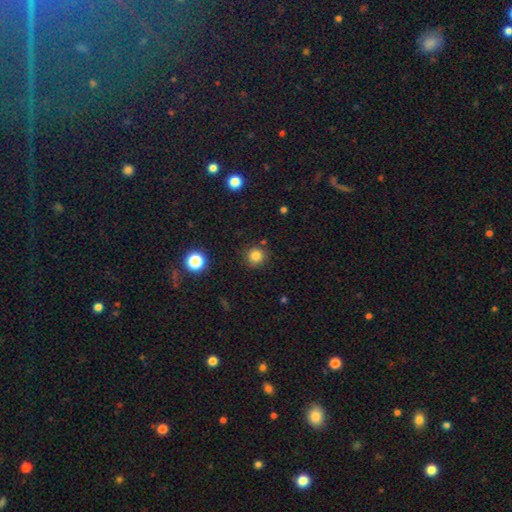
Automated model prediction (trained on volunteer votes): Smooth or featured: smooth — 82% (star or artifact — 13%)
How rounded: round — 94% (in between — 5%)
Merging: none — 85% (minor disturbance — 9%)